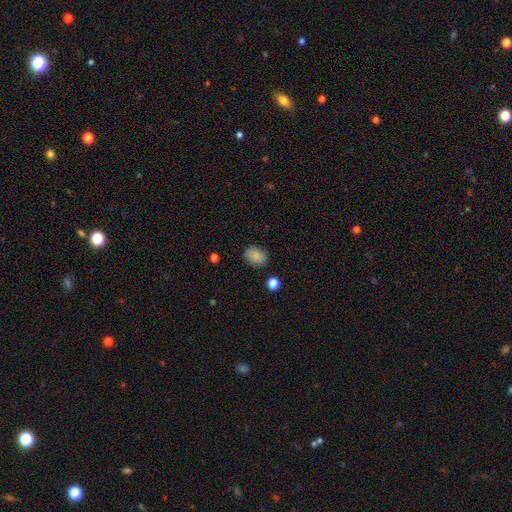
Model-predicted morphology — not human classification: Smooth or featured? smooth (86%)
How rounded? in between (70%)
Merging? none (82%)